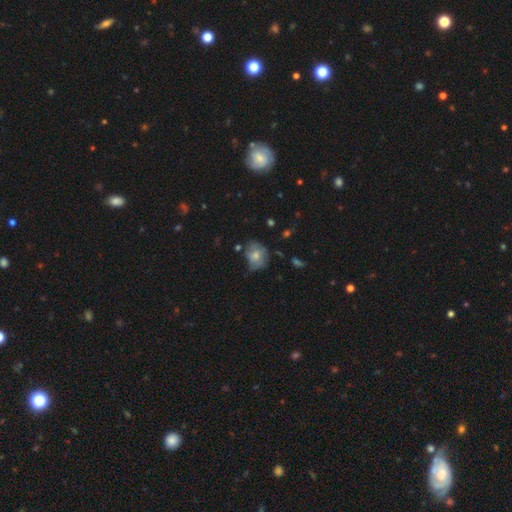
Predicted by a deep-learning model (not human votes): The model was most divided on "how rounded": round: 52%, in between: 47%, cigar-shaped: 1%. Remaining: smooth or featured — smooth (65%); merging — none (47%).